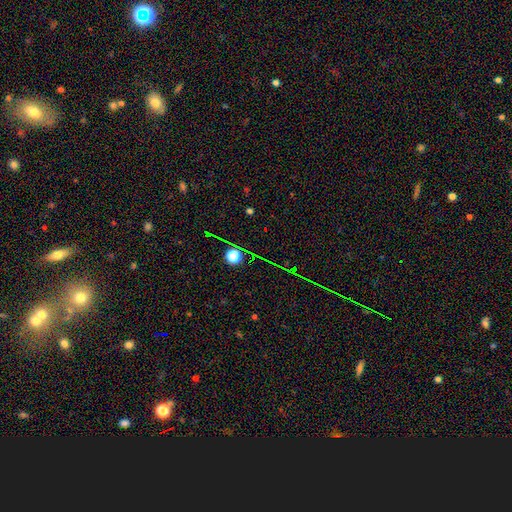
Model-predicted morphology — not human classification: Smooth or featured: star or artifact — 71% (smooth — 19%)